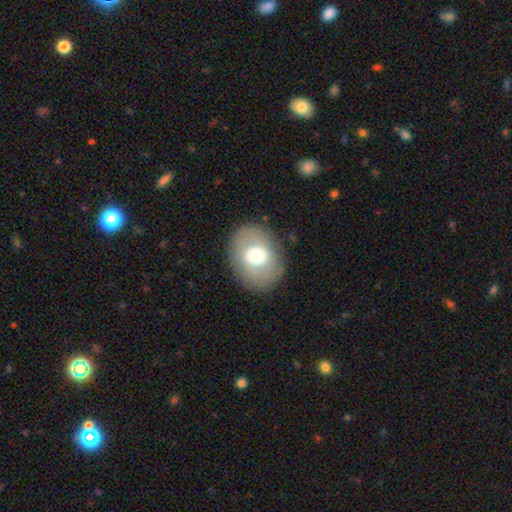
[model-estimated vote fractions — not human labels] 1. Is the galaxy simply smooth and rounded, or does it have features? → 63% smooth, 28% featured or disk, 9% star or artifact.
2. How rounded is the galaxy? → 53% in between, 46% round, 1% cigar-shaped.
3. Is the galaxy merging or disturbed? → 84% none, 10% minor disturbance, 4% major disturbance, 1% merger.